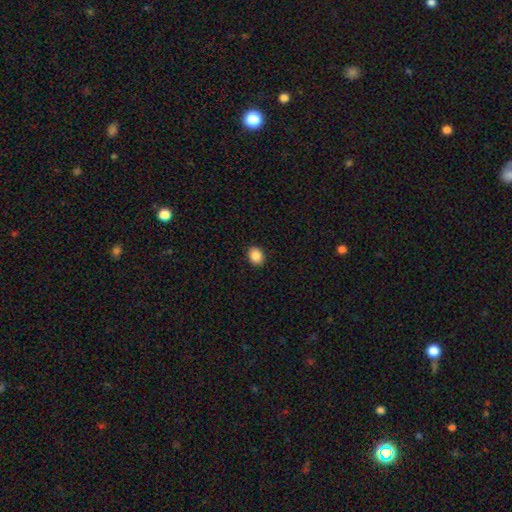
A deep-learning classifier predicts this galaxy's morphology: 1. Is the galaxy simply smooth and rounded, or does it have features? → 88% smooth, 8% star or artifact, 4% featured or disk.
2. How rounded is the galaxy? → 51% in between, 48% round, 1% cigar-shaped.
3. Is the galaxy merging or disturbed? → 90% none, 7% minor disturbance, 2% major disturbance, 1% merger.